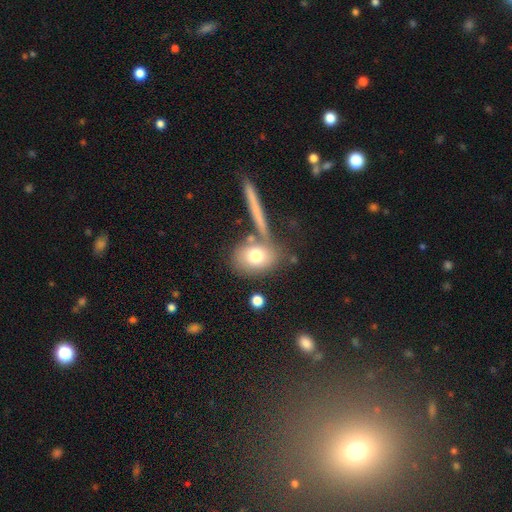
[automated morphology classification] Smooth or featured?
  - smooth: 73% *
  - featured or disk: 18%
  - star or artifact: 9%
How rounded?
  - round: 55% *
  - in between: 41%
  - cigar-shaped: 4%
Merging?
  - none: 66% *
  - merger: 15%
  - minor disturbance: 13%
  - major disturbance: 6%